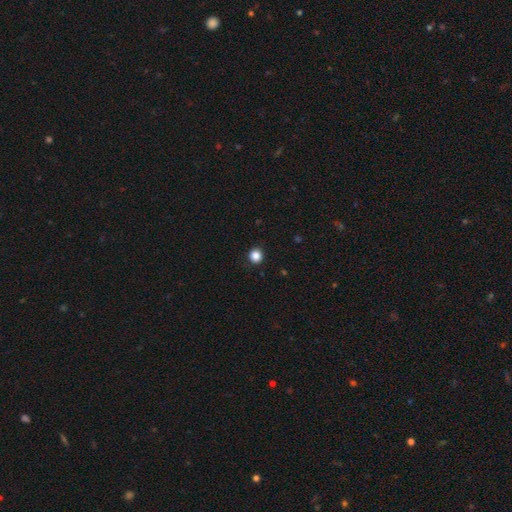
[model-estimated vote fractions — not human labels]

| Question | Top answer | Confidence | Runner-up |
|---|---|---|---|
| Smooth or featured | smooth | 86% | star or artifact (11%) |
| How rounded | round | 92% | in between (7%) |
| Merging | none | 92% | minor disturbance (5%) |